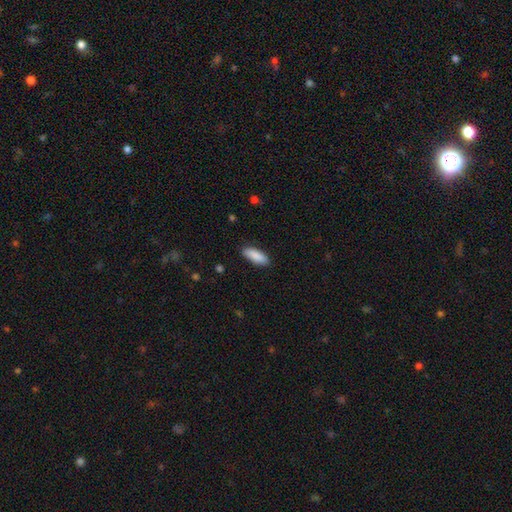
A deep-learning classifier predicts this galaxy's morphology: smooth-or-featured: smooth: 89% | star or artifact: 6% | featured or disk: 5%
  how-rounded: in between: 66% | cigar-shaped: 32% | round: 2%
  merging: none: 88% | minor disturbance: 9% | major disturbance: 2% | merger: 1%